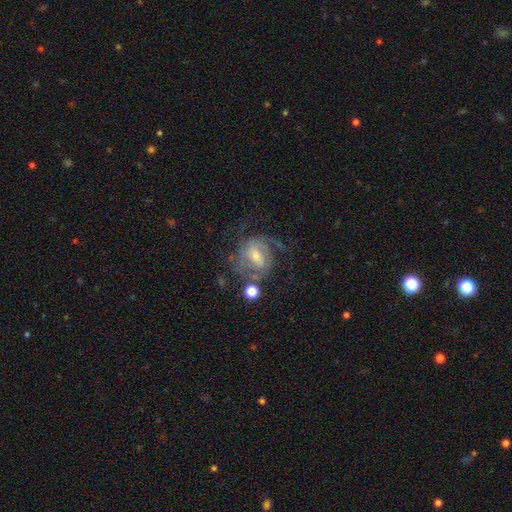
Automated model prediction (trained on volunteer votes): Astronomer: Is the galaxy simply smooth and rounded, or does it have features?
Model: featured or disk — 74%.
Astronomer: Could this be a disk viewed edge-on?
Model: no — 97%.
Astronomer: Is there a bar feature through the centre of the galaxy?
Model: weak — 52% (runner-up: no, 29%).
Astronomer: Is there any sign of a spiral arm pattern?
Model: yes — 90%.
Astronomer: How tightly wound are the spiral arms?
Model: medium — 45% (runner-up: tight, 34%).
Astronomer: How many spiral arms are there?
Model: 2 — 50%.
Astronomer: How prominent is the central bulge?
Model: small — 47% (runner-up: moderate, 43%).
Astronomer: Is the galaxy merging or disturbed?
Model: none — 50%.